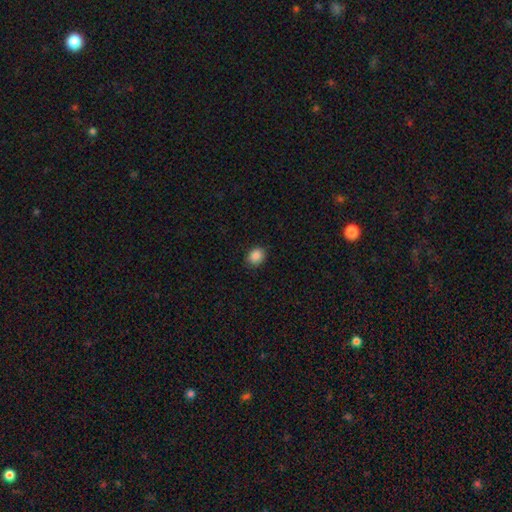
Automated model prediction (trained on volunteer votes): This appears to be a smooth galaxy with no disk features (88%) that is round (58%). Merging: none (87%).